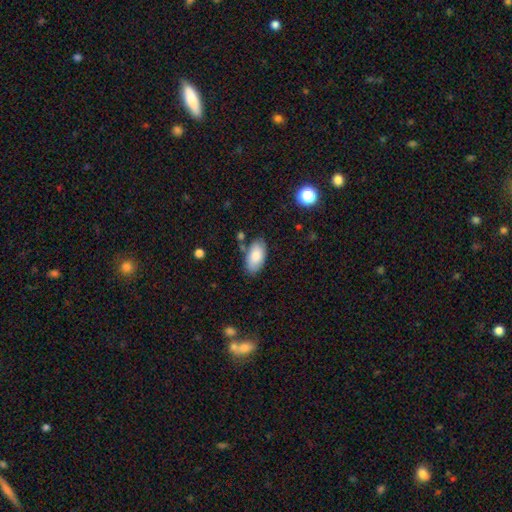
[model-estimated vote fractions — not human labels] smooth_or_featured: smooth (p=0.82) [alt: featured or disk p=0.11]
how_rounded: in between (p=0.95) [alt: cigar-shaped p=0.03]
merging: none (p=0.77) [alt: minor disturbance p=0.15]